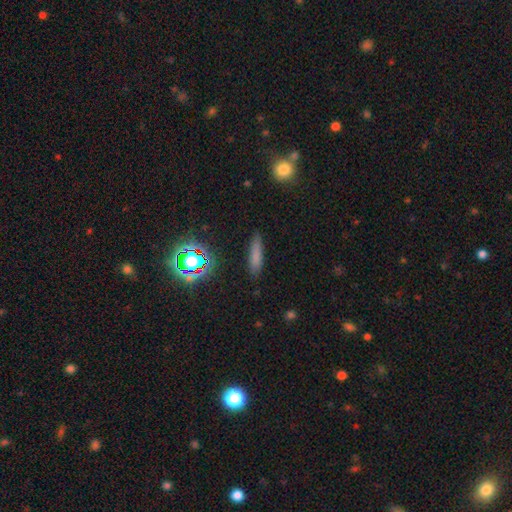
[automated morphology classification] This appears to be a smooth galaxy with no disk features (72%) that is cigar-shaped (77%). Merging: none (85%).